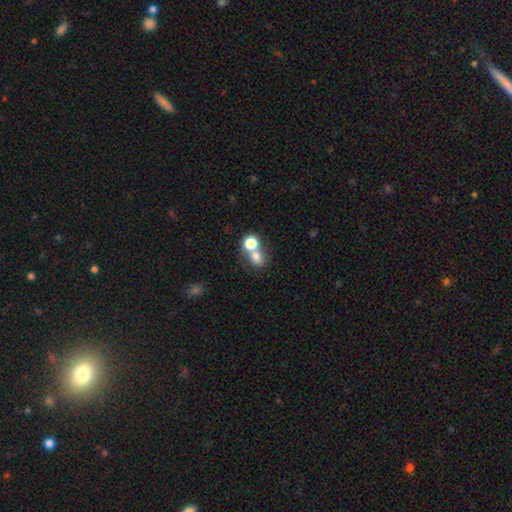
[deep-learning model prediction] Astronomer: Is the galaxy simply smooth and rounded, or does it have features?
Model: smooth — 72%.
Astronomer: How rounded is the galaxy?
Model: round — 62%.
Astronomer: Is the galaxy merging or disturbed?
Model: merger — 46% (runner-up: none, 42%).